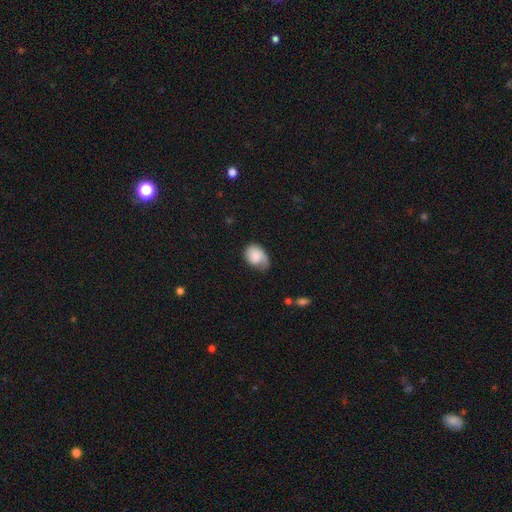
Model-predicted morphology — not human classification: Smooth or featured? smooth (67%)
How rounded? in between (73%)
Merging? none (40%)